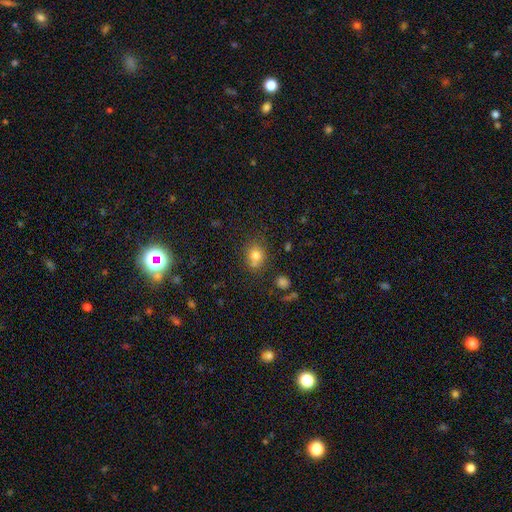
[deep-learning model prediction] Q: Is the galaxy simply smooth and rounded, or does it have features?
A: smooth — 76%.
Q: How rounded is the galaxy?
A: round — 73%.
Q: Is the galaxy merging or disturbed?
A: none — 63%.